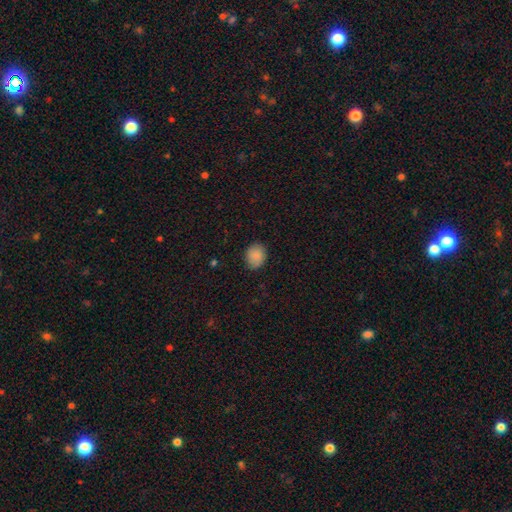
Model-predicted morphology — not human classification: type=smooth (88%); roundness=round (54%); merging=none (85%).